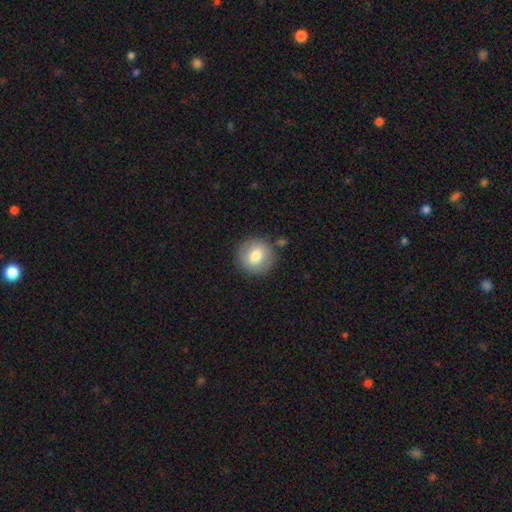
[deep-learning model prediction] Smooth or featured?
  - smooth: 78% *
  - featured or disk: 14%
  - star or artifact: 8%
How rounded?
  - round: 92% *
  - in between: 7%
  - cigar-shaped: 1%
Merging?
  - none: 85% *
  - minor disturbance: 9%
  - merger: 3%
  - major disturbance: 3%